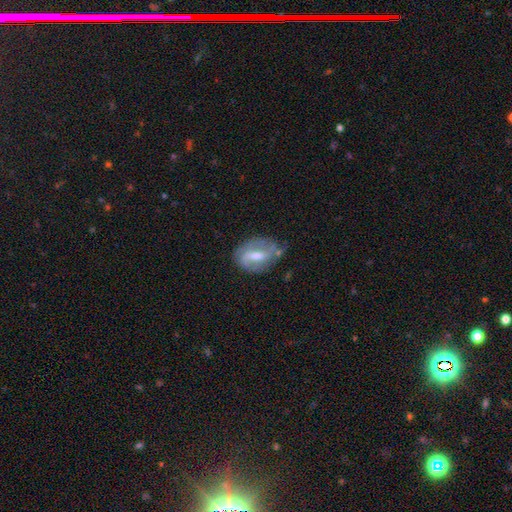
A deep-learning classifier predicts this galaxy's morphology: A featured or disk galaxy (65%) with a weak bar (49%), spiral arms (77%) and a moderate central bulge (58%). Merging: none (54%).